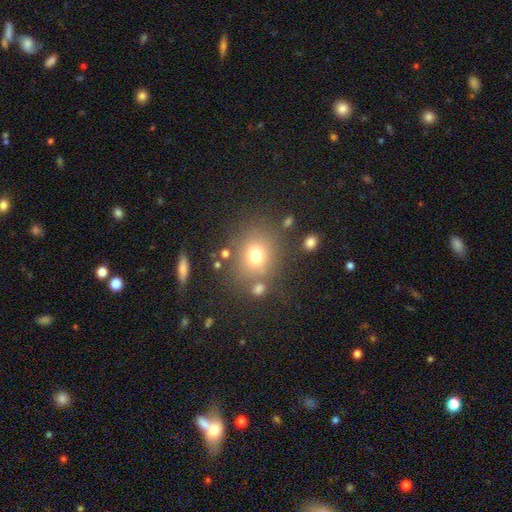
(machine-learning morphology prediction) A smooth galaxy with no disk features (73%) that is round (71%).

Vote fractions:
- Smooth or featured? smooth: 73% / star or artifact: 15% / featured or disk: 12%
- How rounded? round: 71% / in between: 28% / cigar-shaped: 1%
- Merging? none: 73% / minor disturbance: 12% / merger: 9% / major disturbance: 6%